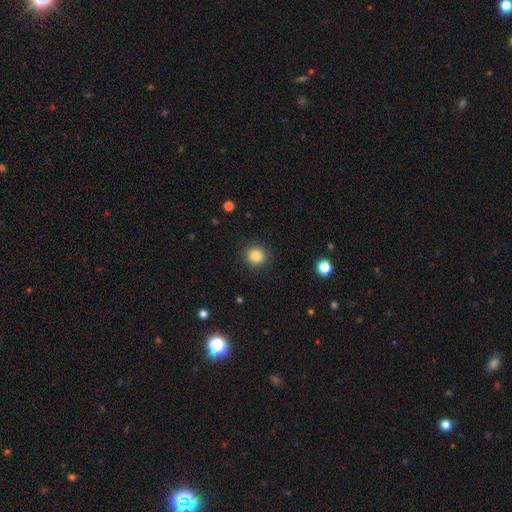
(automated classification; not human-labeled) Overall: smooth (85%). How rounded: round (92%). Merging: none (90%).